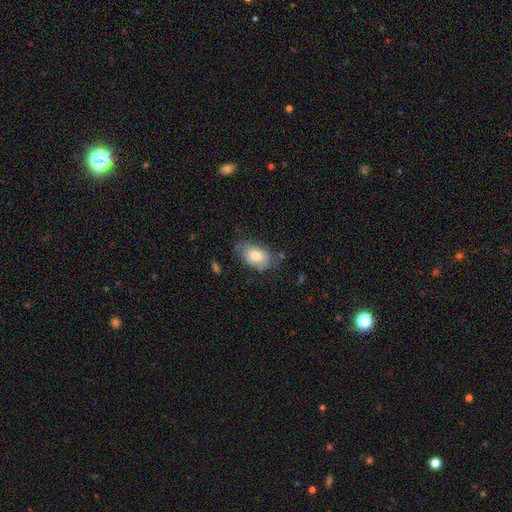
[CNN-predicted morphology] This appears to be a smooth galaxy with no disk features (67%) that is in between round and cigar-shaped (90%). Merging: none (55%).